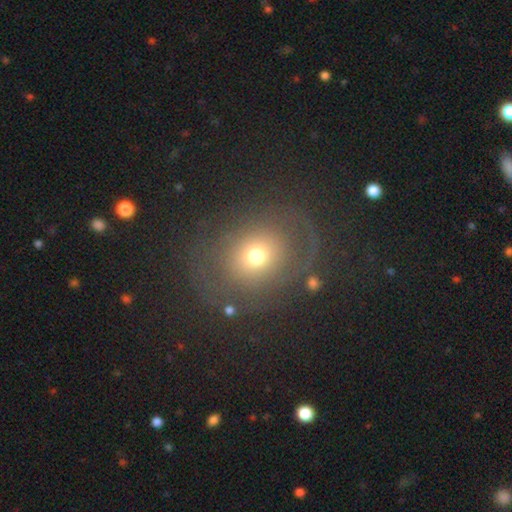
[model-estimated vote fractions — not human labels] Smooth or featured? smooth (48%)
Merging? none (66%)